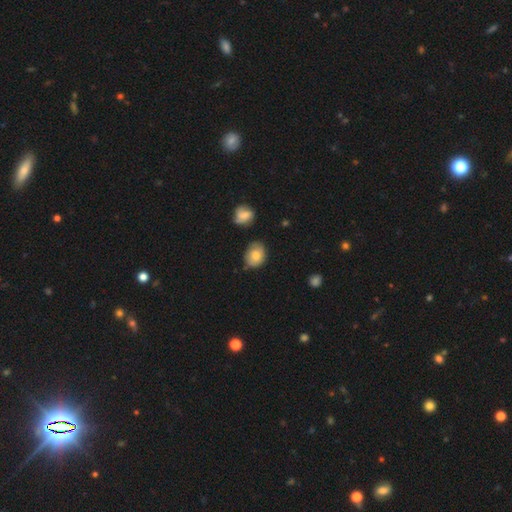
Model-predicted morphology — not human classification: This appears to be a smooth galaxy with no disk features (77%) that is in between round and cigar-shaped (58%). Merging: none (62%).